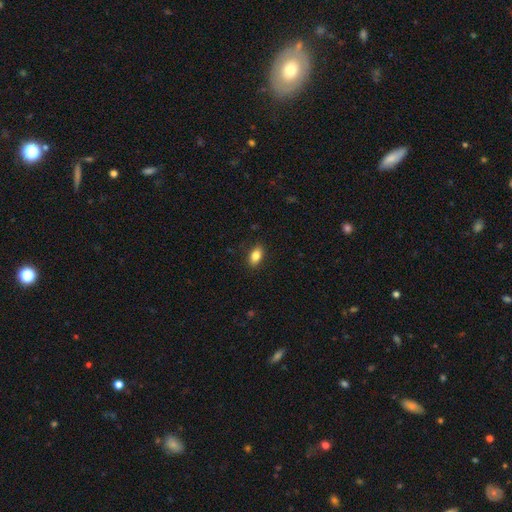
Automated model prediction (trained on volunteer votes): A smooth galaxy with no disk features (83%) that is in between round and cigar-shaped (88%).

Vote fractions:
- Smooth or featured? smooth: 83% / featured or disk: 9% / star or artifact: 8%
- How rounded? in between: 88% / round: 9% / cigar-shaped: 4%
- Merging? none: 87% / minor disturbance: 10% / major disturbance: 2% / merger: 1%